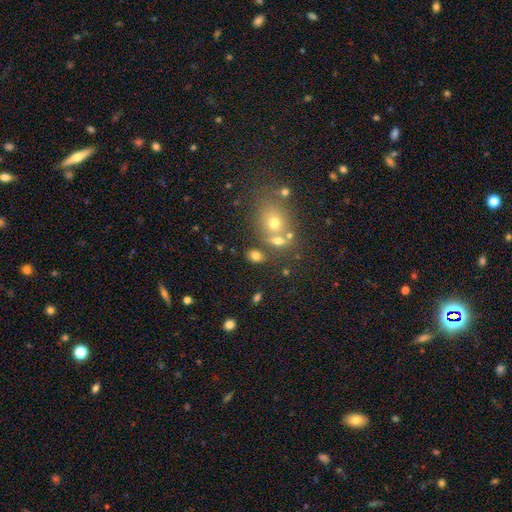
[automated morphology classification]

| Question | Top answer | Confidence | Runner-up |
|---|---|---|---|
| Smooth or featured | smooth | 74% | star or artifact (15%) |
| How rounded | in between | 71% | round (27%) |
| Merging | none | 68% | merger (16%) |